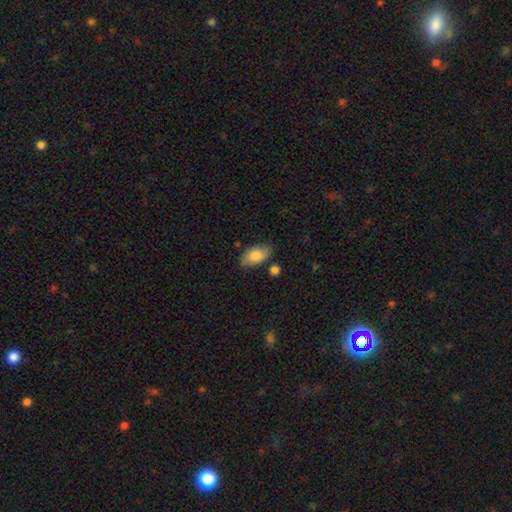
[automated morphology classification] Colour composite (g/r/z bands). It shows a smooth galaxy with no disk features (85%) that is in between round and cigar-shaped (94%). Merging: none (79%).